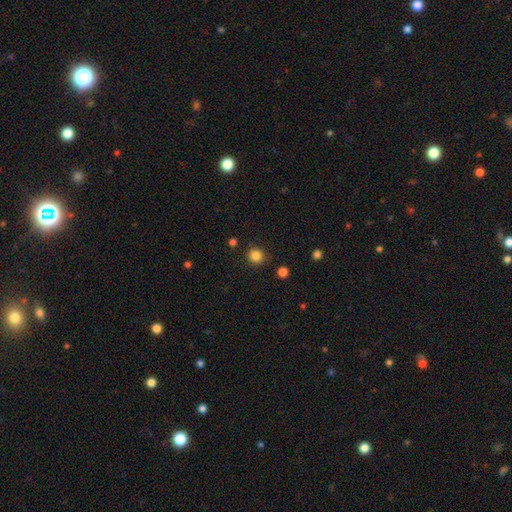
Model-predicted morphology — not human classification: Smooth or featured? smooth (84%)
How rounded? round (93%)
Merging? none (89%)